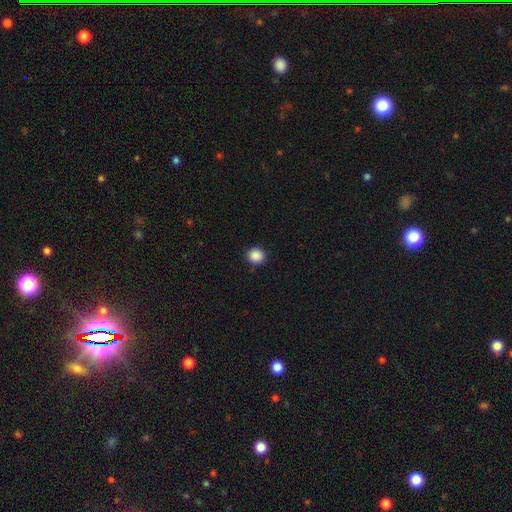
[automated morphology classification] This appears to be a smooth galaxy with no disk features (88%) that is round (90%). Merging: none (91%).